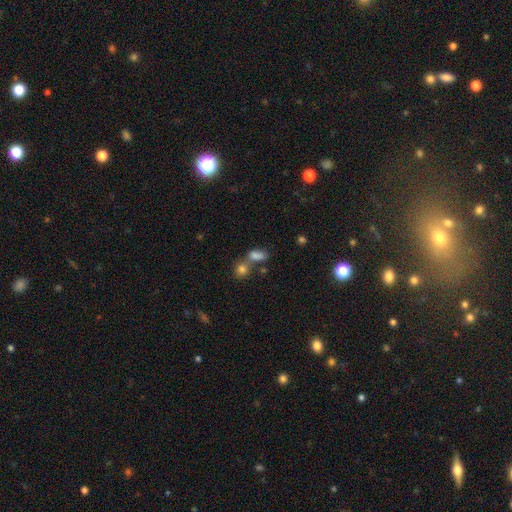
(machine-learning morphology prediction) Overall: smooth (76%). How rounded: in between (77%). Merging: merger (48%; none 34%).